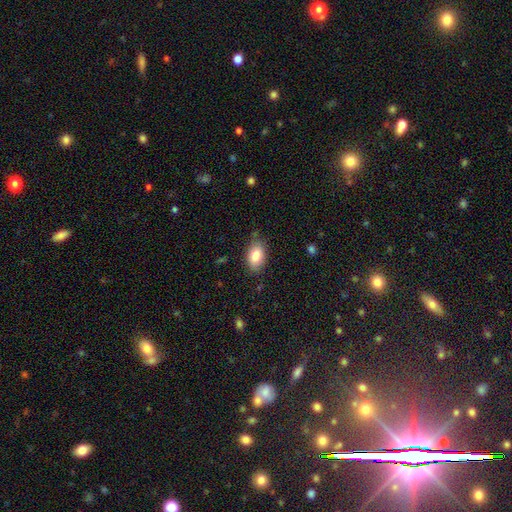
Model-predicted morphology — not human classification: Overall: smooth (84%). How rounded: in between (91%). Merging: none (77%).